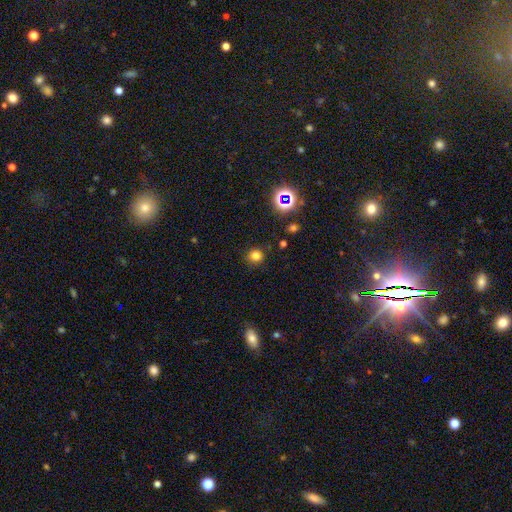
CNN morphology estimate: This appears to be a smooth galaxy with no disk features (76%) that is round (84%). Merging: none (85%).